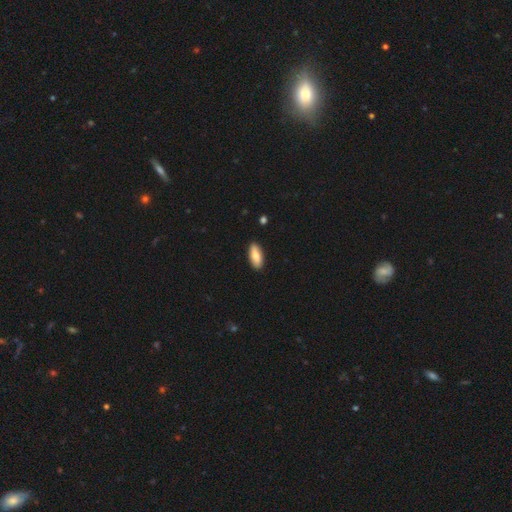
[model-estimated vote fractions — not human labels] smooth 79%, featured or disk 15%, star or artifact 6%. Down the decision tree: how rounded — in between (80%); merging — none (89%).